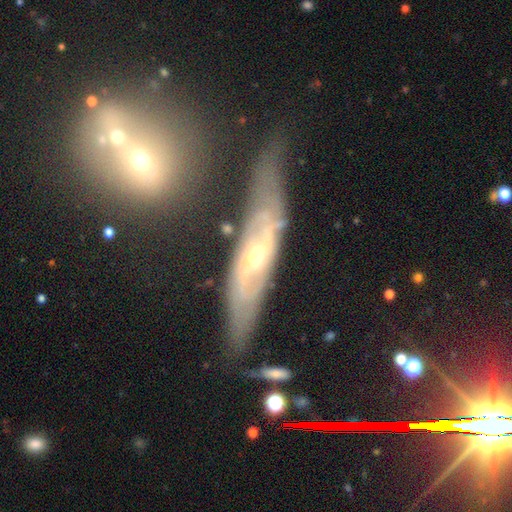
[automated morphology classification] Smooth or featured?
  - featured or disk: 78% *
  - smooth: 14%
  - star or artifact: 9%
Edge-on disk?
  - no: 62% *
  - yes: 38%
Merging?
  - none: 65% *
  - minor disturbance: 23%
  - major disturbance: 8%
  - merger: 4%